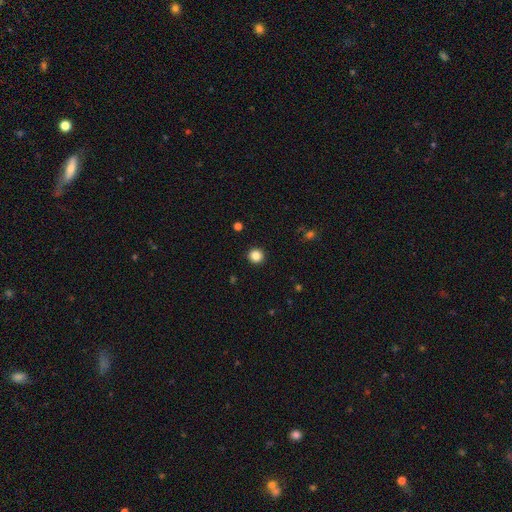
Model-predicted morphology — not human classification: This appears to be a smooth galaxy with no disk features (85%) that is round (94%). Merging: none (93%).